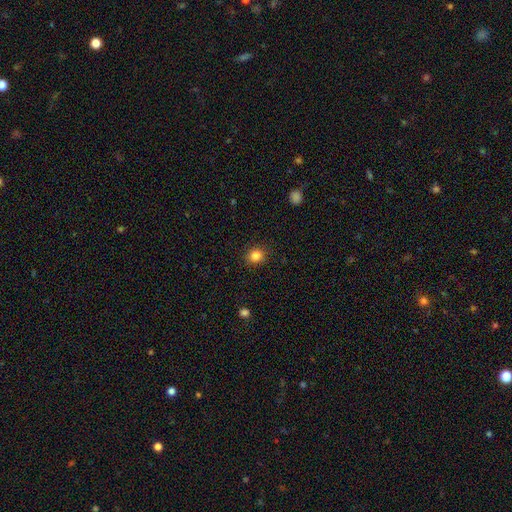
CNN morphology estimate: Q: Smooth or featured?
A: smooth (84%); runner-up: star or artifact (11%)
Q: How rounded?
A: round (78%); runner-up: in between (21%)
Q: Merging?
A: none (89%); runner-up: minor disturbance (7%)